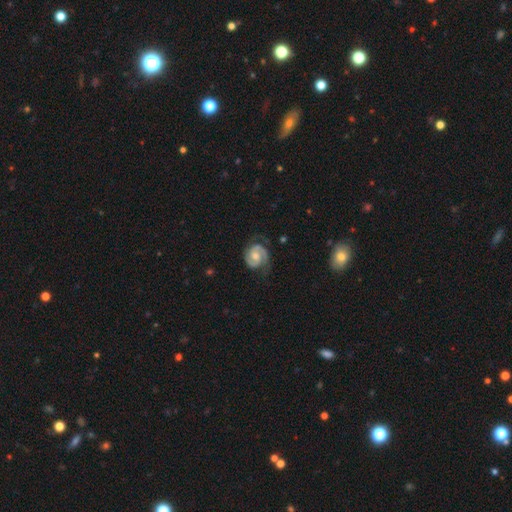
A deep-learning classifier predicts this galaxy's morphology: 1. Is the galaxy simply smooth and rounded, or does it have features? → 86% featured or disk, 9% smooth, 5% star or artifact.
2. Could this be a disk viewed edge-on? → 98% no, 2% yes.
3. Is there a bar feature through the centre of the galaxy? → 57% no, 36% weak, 7% strong.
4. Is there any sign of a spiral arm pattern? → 97% yes, 3% no.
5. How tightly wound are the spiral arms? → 53% tight, 38% medium, 9% loose.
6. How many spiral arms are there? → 88% 2, 4% can't tell, 3% 1, 2% 3, 1% 4, 1% more than 4.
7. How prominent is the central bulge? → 60% moderate, 28% small, 6% large, 5% none, 1% dominant.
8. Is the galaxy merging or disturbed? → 71% none, 20% minor disturbance, 8% major disturbance, 1% merger.